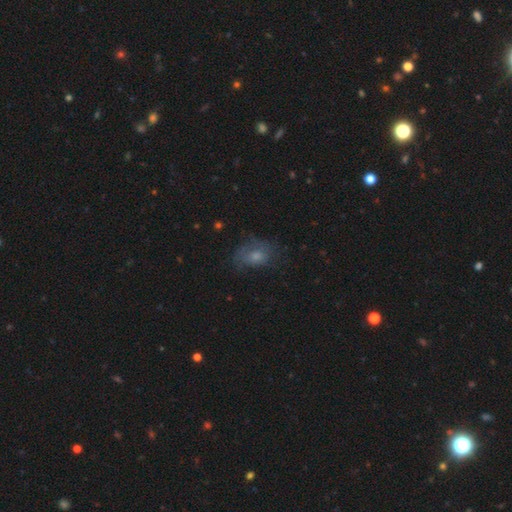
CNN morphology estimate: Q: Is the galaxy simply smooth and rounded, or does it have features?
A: smooth — 56%.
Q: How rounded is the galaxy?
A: in between — 76%.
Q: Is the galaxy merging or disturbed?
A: none — 54%.